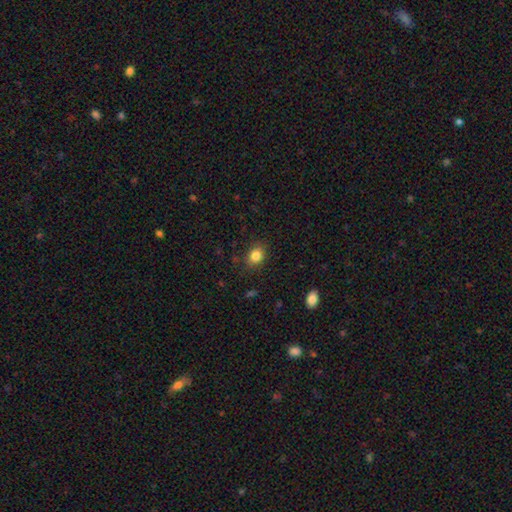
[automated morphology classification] Smooth or featured? Predicted: smooth (p=0.84). How rounded? Predicted: in between (p=0.55). Merging? Predicted: none (p=0.84).